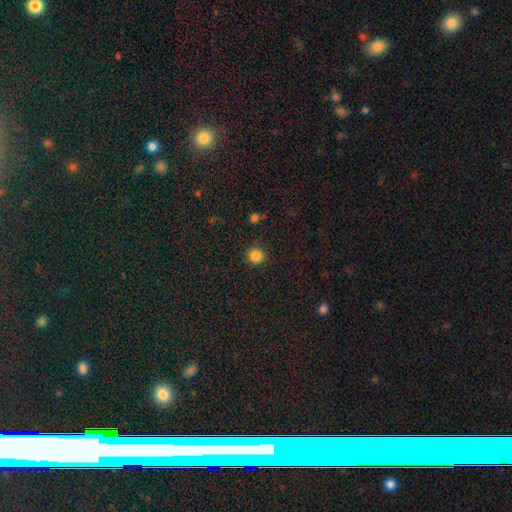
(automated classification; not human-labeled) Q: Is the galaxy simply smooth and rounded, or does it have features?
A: smooth — 84%.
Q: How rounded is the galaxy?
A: round — 95%.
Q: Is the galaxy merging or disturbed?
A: none — 90%.